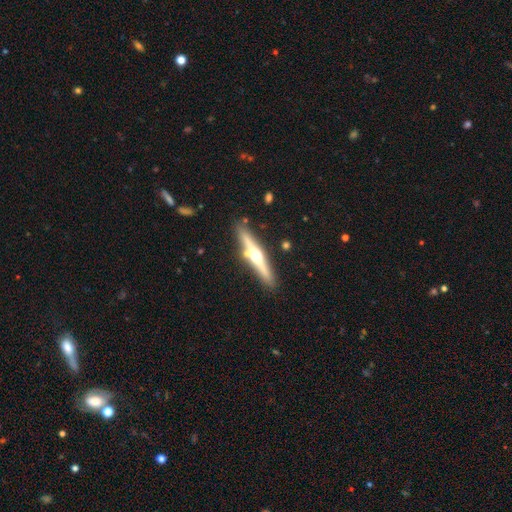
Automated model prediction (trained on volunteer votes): Smooth or featured: featured or disk — 71% (smooth — 24%)
Edge-on disk: yes — 97% (no — 3%)
Edge-on bulge: rounded — 94% (none — 3%)
Merging: none — 83% (minor disturbance — 10%)